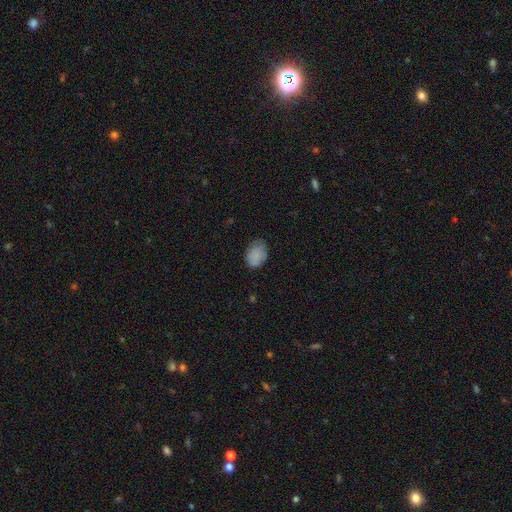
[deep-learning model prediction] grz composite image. It shows a smooth galaxy with no disk features (86%) that is in between round and cigar-shaped (74%). Merging: none (65%).